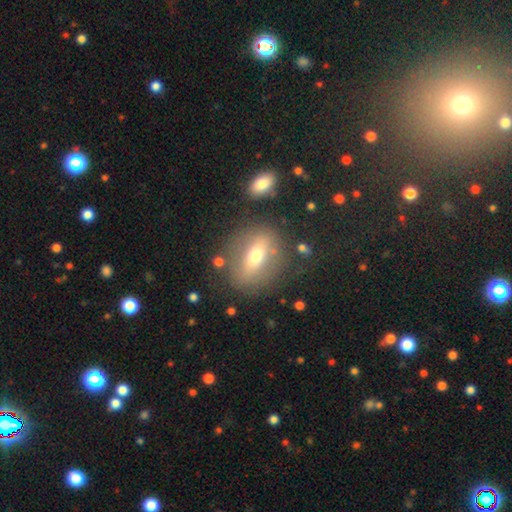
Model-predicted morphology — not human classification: The model was most divided on "smooth or featured": smooth: 50%, featured or disk: 38%, star or artifact: 11%. More confident: merging — none (77%); how rounded — in between (64%).